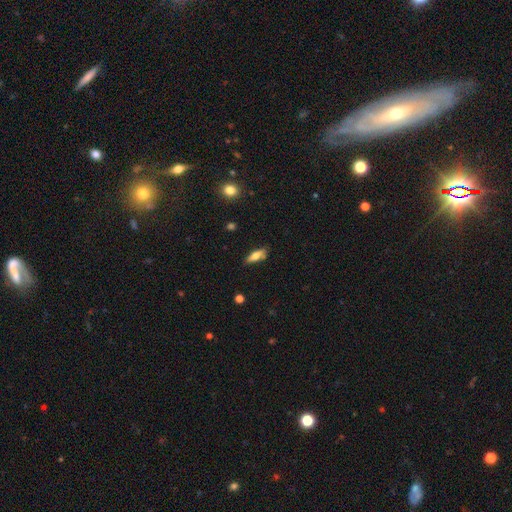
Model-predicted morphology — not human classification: Overall: smooth (65%; featured or disk 28%). How rounded: in between (59%; cigar-shaped 38%). Merging: none (71%).